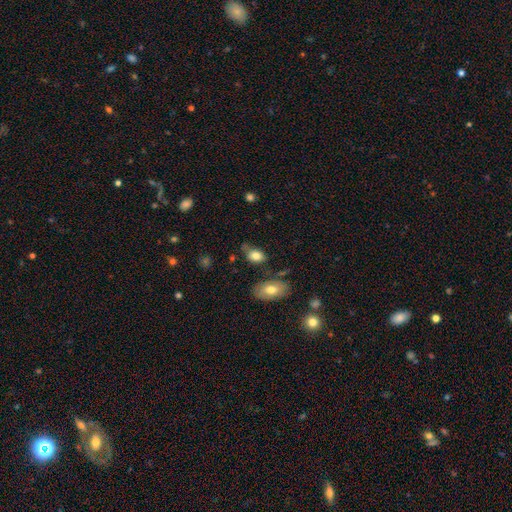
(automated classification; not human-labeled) Smooth or featured? smooth (82%)
How rounded? in between (86%)
Merging? none (61%)